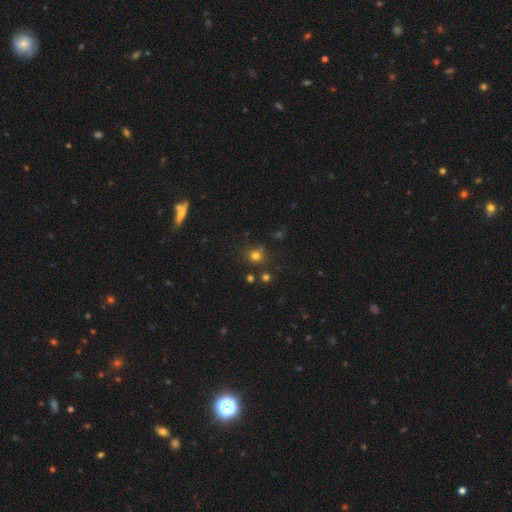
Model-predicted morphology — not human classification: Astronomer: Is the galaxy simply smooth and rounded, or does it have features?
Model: smooth — 73%.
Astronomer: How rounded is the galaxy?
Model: round — 79%.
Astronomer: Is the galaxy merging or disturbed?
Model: none — 70%.